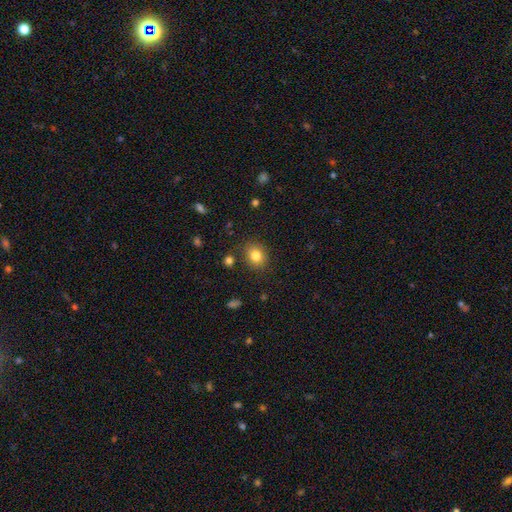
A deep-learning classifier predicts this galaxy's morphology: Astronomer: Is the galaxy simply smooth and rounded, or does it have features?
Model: smooth — 83%.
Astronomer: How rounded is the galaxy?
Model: round — 60% (runner-up: in between, 40%).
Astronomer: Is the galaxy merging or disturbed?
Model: none — 84%.